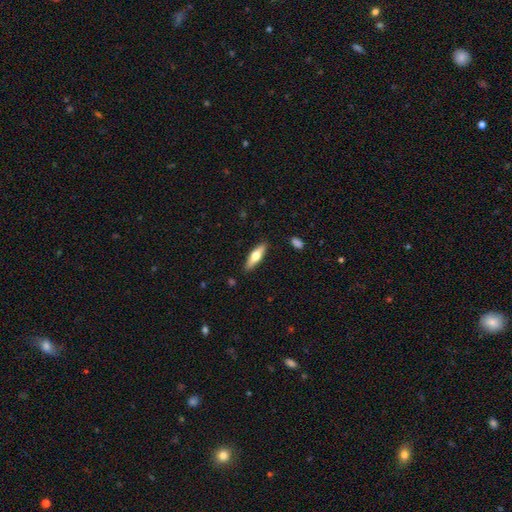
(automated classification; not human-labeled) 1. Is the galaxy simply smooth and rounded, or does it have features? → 54% smooth, 40% featured or disk, 5% star or artifact.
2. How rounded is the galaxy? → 59% cigar-shaped, 39% in between, 2% round.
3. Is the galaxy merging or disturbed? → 88% none, 8% minor disturbance, 2% major disturbance, 1% merger.